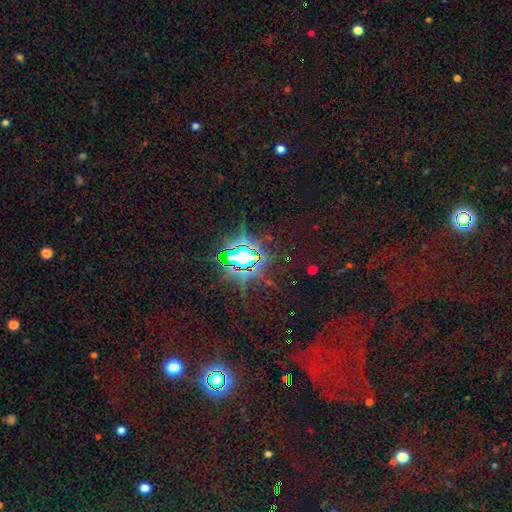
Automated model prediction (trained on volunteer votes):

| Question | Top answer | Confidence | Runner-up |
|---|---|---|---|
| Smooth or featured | star or artifact | 80% | smooth (10%) |